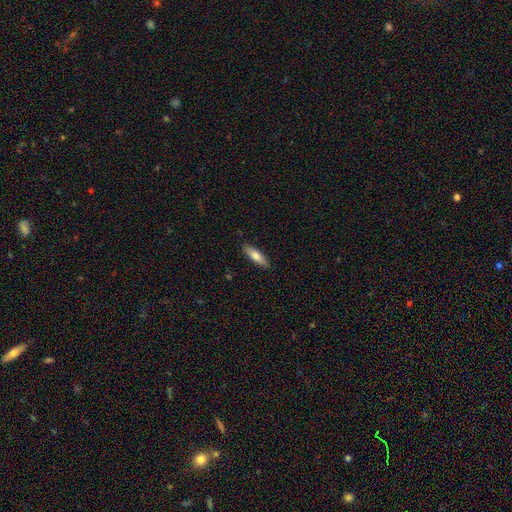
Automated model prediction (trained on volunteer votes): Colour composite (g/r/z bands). It shows a smooth galaxy with no disk features (71%) that is cigar-shaped (55%). Merging: none (89%).